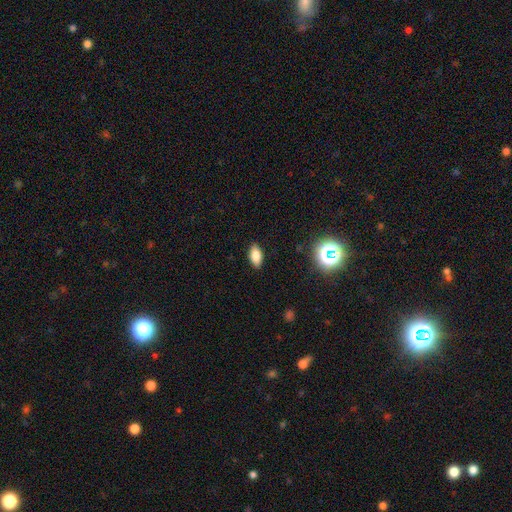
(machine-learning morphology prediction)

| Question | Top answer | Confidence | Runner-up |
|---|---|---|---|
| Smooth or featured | smooth | 80% | star or artifact (11%) |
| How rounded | in between | 88% | cigar-shaped (8%) |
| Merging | none | 88% | minor disturbance (9%) |